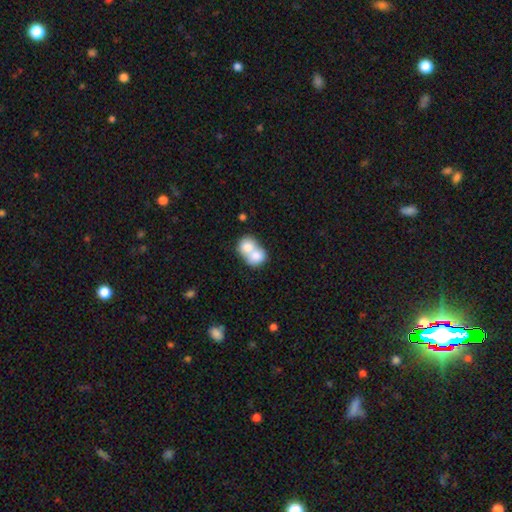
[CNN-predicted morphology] smooth-or-featured: smooth: 74% | featured or disk: 19% | star or artifact: 7%
  how-rounded: round: 60% | in between: 39% | cigar-shaped: 1%
  merging: merger: 79% | none: 15% | minor disturbance: 4% | major disturbance: 2%